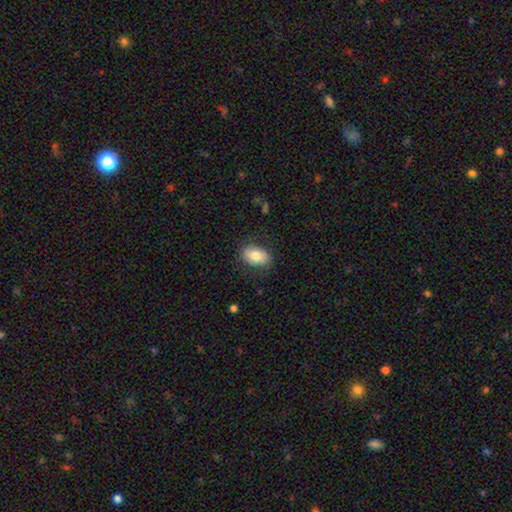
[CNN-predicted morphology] Smooth or featured? smooth (79%)
How rounded? in between (85%)
Merging? none (81%)